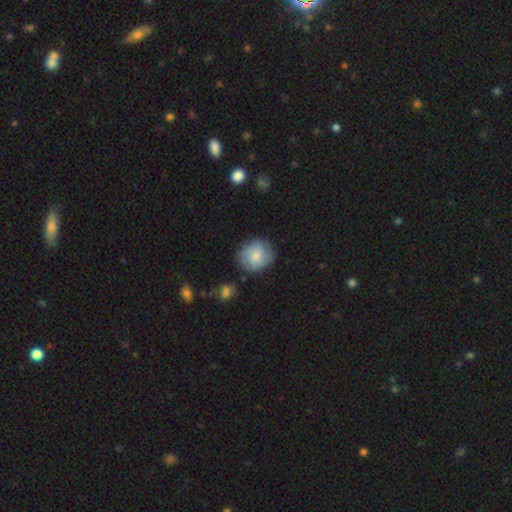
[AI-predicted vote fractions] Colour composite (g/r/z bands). It shows a smooth galaxy with no disk features (56%) that is round (84%). Merging: none (78%).